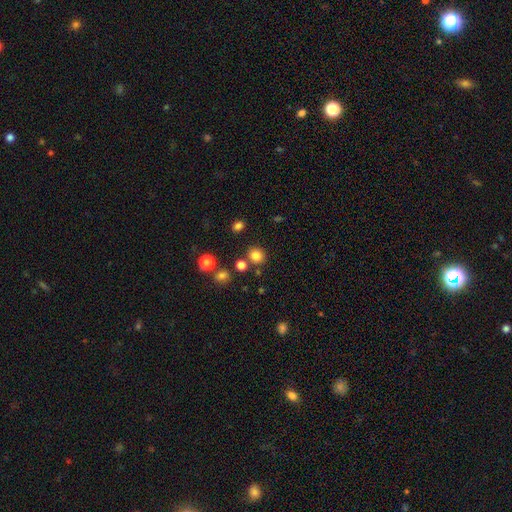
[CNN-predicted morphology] type=smooth (82%); roundness=round (85%); merging=none (81%).